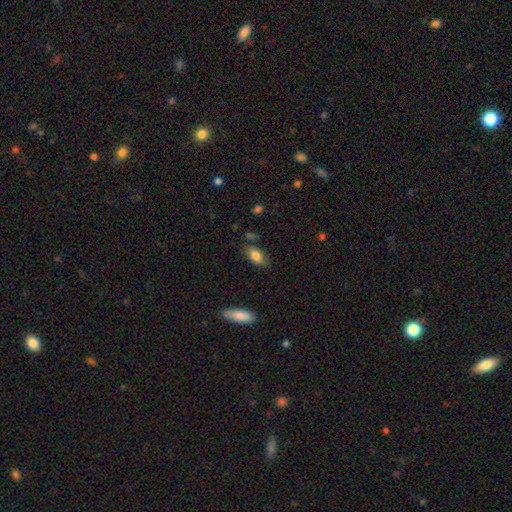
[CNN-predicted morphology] Overall: smooth (82%). How rounded: in between (89%). Merging: none (77%).